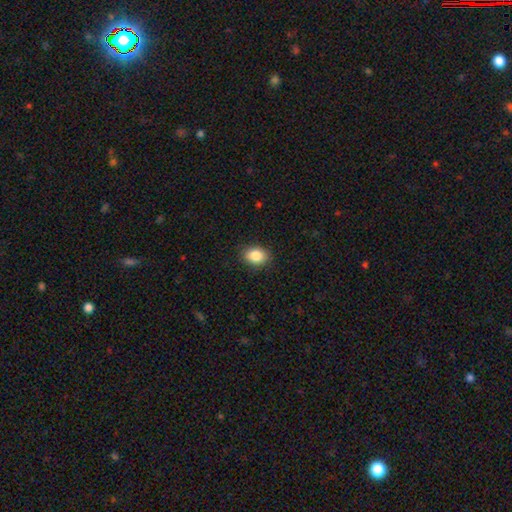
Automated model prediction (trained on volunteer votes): Smooth or featured?
  - smooth: 86% *
  - star or artifact: 9%
  - featured or disk: 5%
How rounded?
  - in between: 69% *
  - round: 30%
  - cigar-shaped: 1%
Merging?
  - none: 88% *
  - minor disturbance: 9%
  - major disturbance: 2%
  - merger: 1%